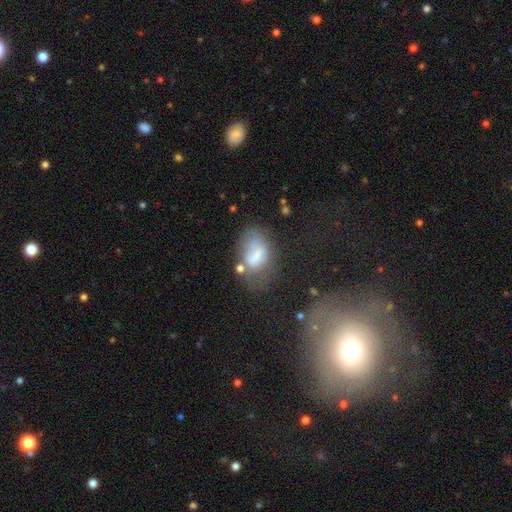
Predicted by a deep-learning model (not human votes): Smooth or featured?
  - smooth: 55% *
  - featured or disk: 32%
  - star or artifact: 13%
How rounded?
  - in between: 83% *
  - round: 13%
  - cigar-shaped: 4%
Merging?
  - none: 35% *
  - major disturbance: 27%
  - minor disturbance: 26%
  - merger: 12%